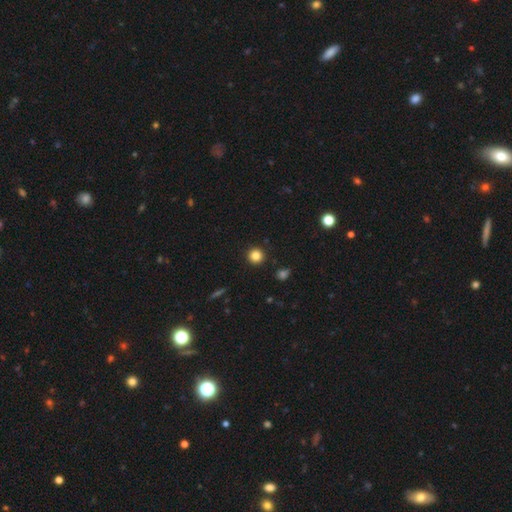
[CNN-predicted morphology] A smooth galaxy with no disk features (84%) that is round (95%).

Vote fractions:
- Smooth or featured? smooth: 84% / star or artifact: 11% / featured or disk: 5%
- How rounded? round: 95% / in between: 4% / cigar-shaped: 1%
- Merging? none: 92% / minor disturbance: 5% / major disturbance: 2% / merger: 1%